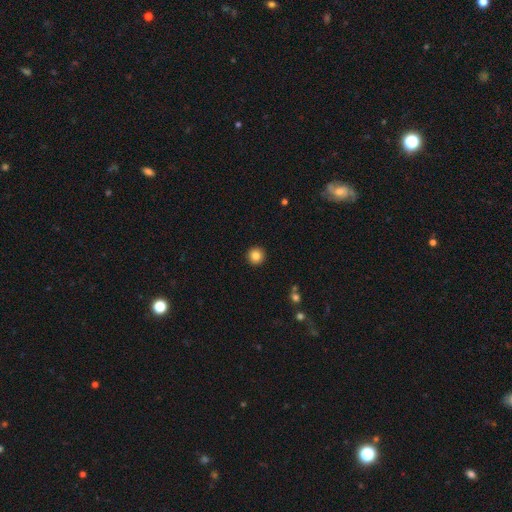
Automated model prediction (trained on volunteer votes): A smooth galaxy with no disk features (85%) that is round (96%).

Vote fractions:
- Smooth or featured? smooth: 85% / star or artifact: 10% / featured or disk: 5%
- How rounded? round: 96% / in between: 3% / cigar-shaped: 1%
- Merging? none: 93% / minor disturbance: 4% / major disturbance: 1% / merger: 1%